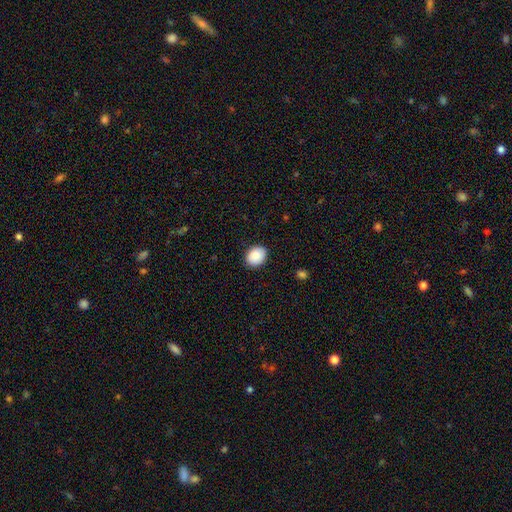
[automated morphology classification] Smooth or featured? smooth (90%)
How rounded? in between (57%)
Merging? none (89%)